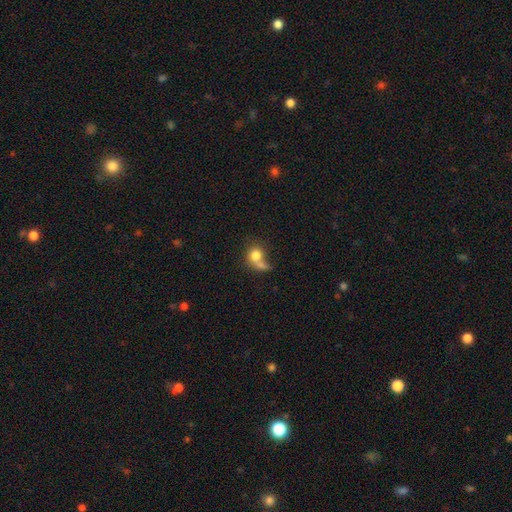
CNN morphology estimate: Smooth or featured? Predicted: smooth (p=0.76). How rounded? Predicted: round (p=0.73). Merging? Predicted: merger (p=0.41).